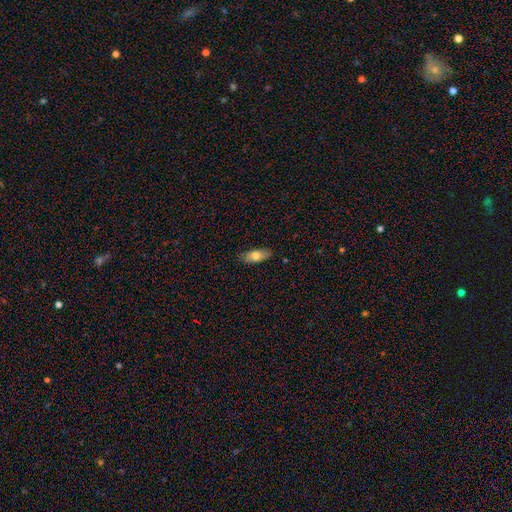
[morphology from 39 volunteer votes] A smooth galaxy with no disk features (67%) that is in between round and cigar-shaped (81%). Merging: none (76%).